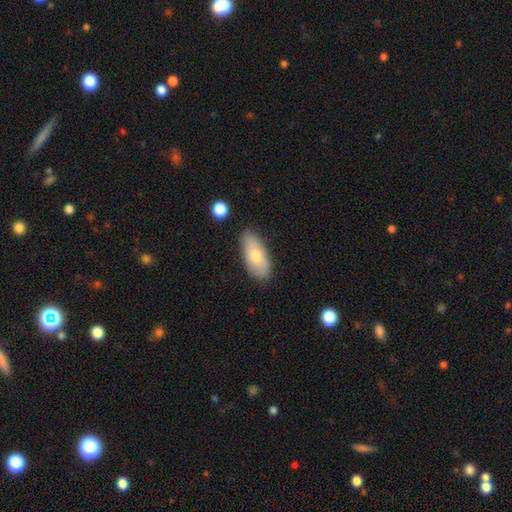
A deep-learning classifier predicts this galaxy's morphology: The model was most divided on "smooth or featured": smooth: 74%, featured or disk: 19%, star or artifact: 6%. More confident: how rounded — in between (89%); merging — none (80%).